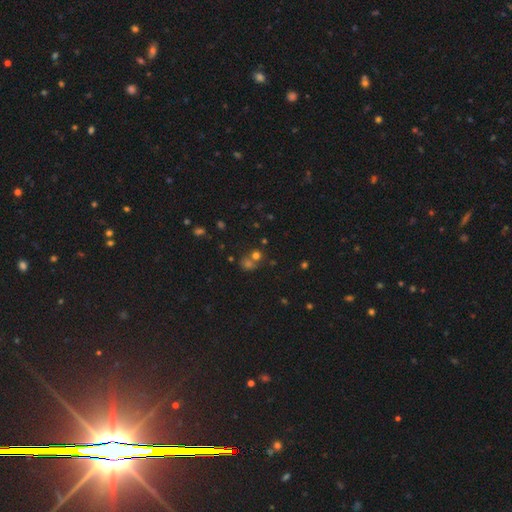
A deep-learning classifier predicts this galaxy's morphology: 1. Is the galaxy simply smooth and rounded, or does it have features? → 61% smooth, 29% star or artifact, 10% featured or disk.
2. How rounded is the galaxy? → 81% round, 18% in between, 1% cigar-shaped.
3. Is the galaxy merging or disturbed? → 52% none, 36% merger, 8% minor disturbance, 4% major disturbance.